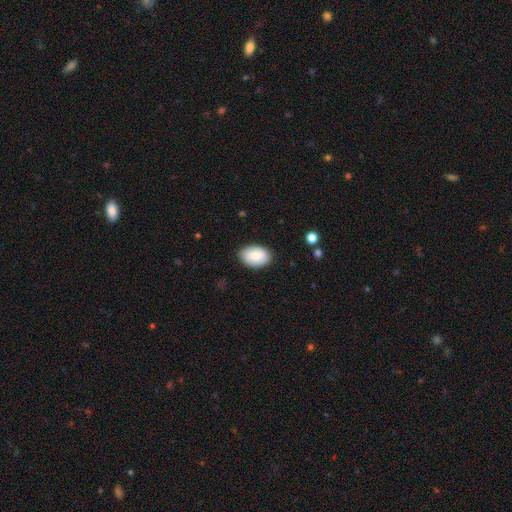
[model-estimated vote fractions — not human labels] A smooth galaxy with no disk features (83%) that is in between round and cigar-shaped (85%). Merging: none (85%).